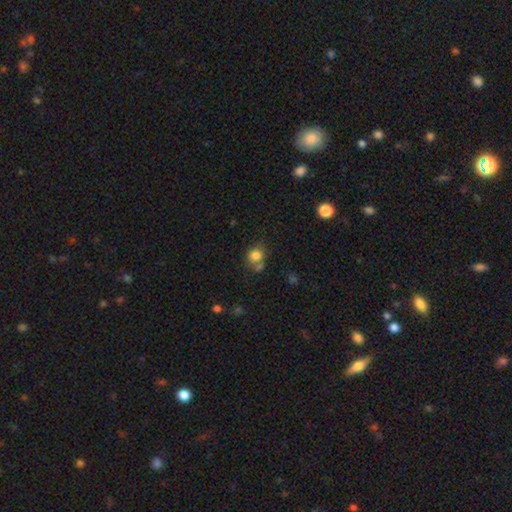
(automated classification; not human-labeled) smooth-or-featured: smooth: 80% | star or artifact: 11% | featured or disk: 9%
  how-rounded: round: 71% | in between: 28% | cigar-shaped: 1%
  merging: none: 56% | merger: 22% | minor disturbance: 16% | major disturbance: 6%